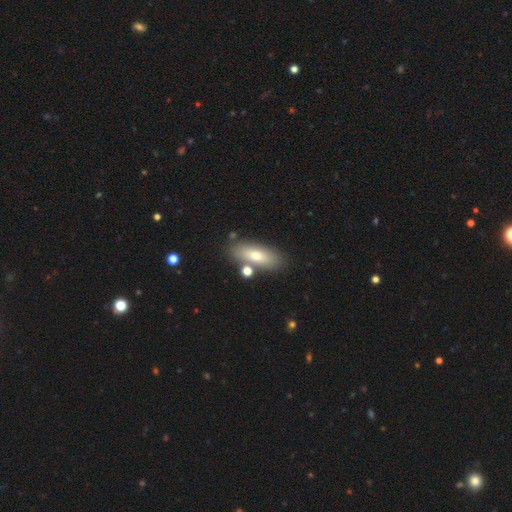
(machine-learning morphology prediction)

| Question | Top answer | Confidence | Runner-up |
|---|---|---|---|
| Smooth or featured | smooth | 71% | featured or disk (21%) |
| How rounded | in between | 66% | cigar-shaped (30%) |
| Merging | none | 79% | minor disturbance (11%) |